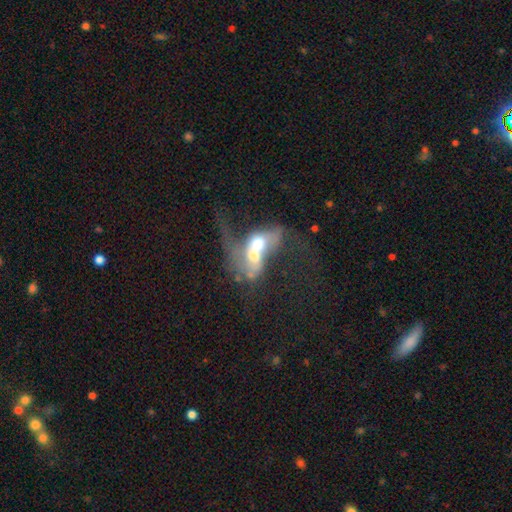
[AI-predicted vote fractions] Smooth or featured? featured or disk (64%)
Edge-on disk? no (92%)
Bar? no (65%)
Spiral arms? yes (54%)
Bulge size? moderate (57%)
Merging? merger (77%)